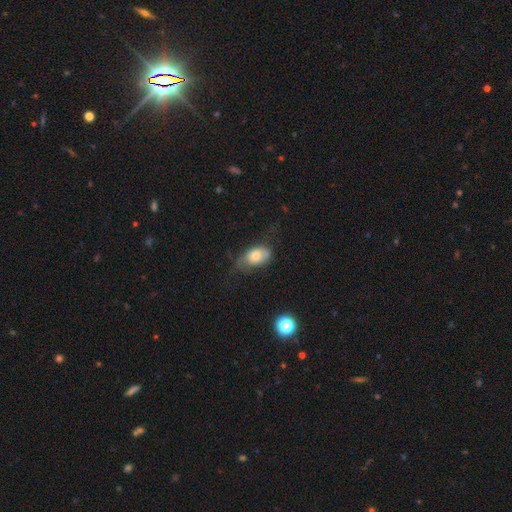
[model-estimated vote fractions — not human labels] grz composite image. It shows a smooth galaxy with no disk features (71%) that is in between round and cigar-shaped (86%). Merging: none (40%).